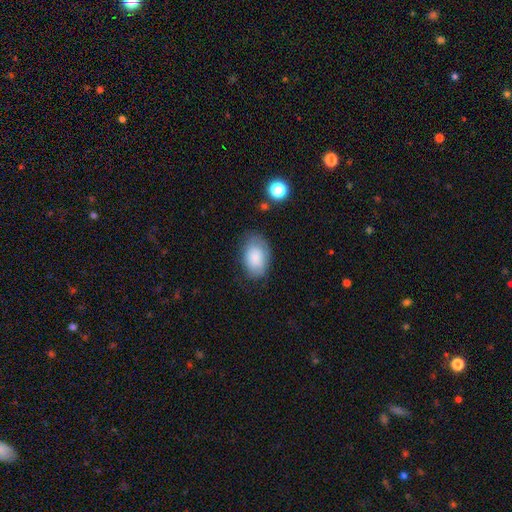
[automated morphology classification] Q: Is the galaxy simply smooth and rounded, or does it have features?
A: smooth — 74%.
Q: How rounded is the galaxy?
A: in between — 88%.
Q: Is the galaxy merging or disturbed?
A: none — 66%.